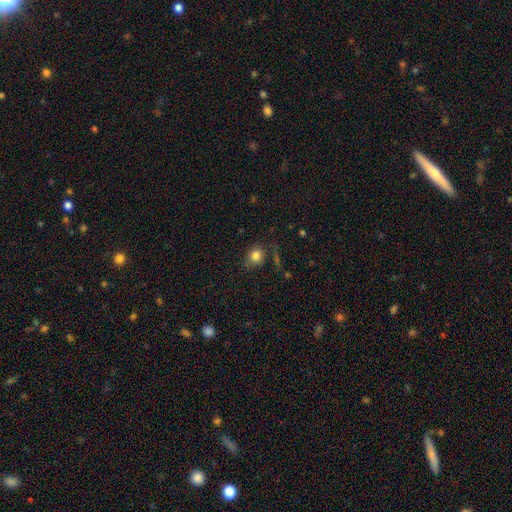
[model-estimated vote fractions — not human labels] Smooth or featured?
  - smooth: 82% *
  - star or artifact: 11%
  - featured or disk: 7%
How rounded?
  - round: 73% *
  - in between: 26%
  - cigar-shaped: 1%
Merging?
  - none: 73% *
  - minor disturbance: 17%
  - major disturbance: 6%
  - merger: 3%